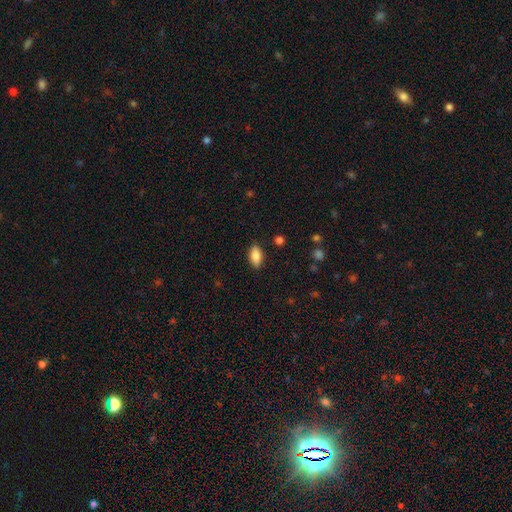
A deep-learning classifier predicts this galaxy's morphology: smooth 84%, featured or disk 9%, star or artifact 7%. Down the decision tree: how rounded — in between (88%); merging — none (87%).